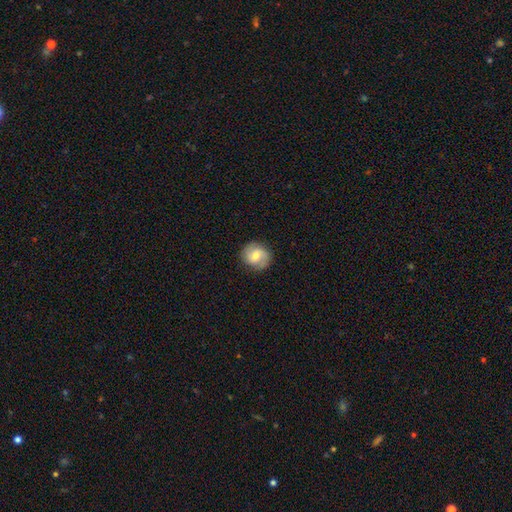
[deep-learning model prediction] This appears to be a featured or disk galaxy (47%). Merging: none (84%).